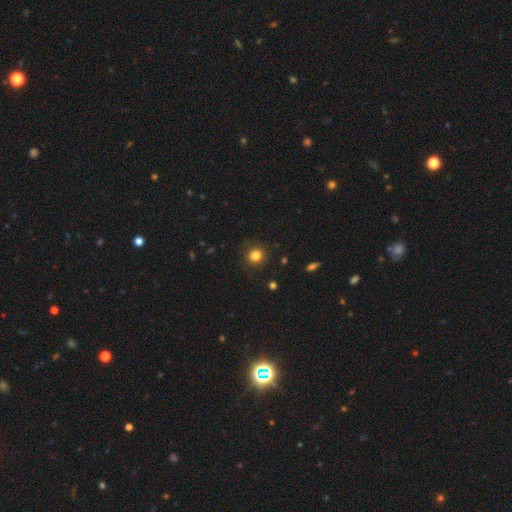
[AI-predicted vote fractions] This is clearly a smooth galaxy (82%). How rounded: clearly round (87%). Merging: clearly none (89%).